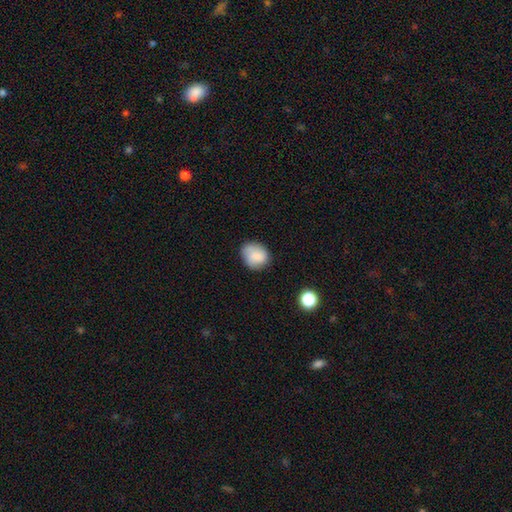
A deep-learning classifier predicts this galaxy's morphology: Q: Smooth or featured?
A: smooth (82%); runner-up: featured or disk (10%)
Q: How rounded?
A: round (62%); runner-up: in between (37%)
Q: Merging?
A: none (72%); runner-up: minor disturbance (22%)